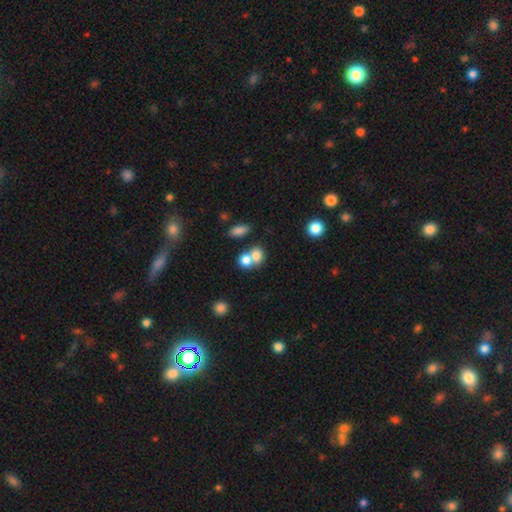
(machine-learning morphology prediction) Overall: smooth (76%). How rounded: round (59%; in between 40%). Merging: merger (56%; none 33%).